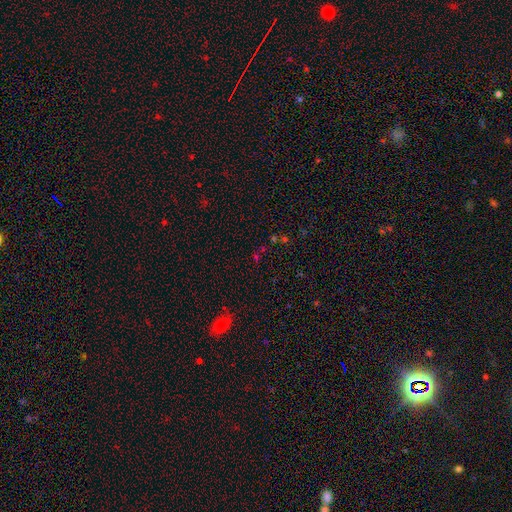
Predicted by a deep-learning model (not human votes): smooth-or-featured: star or artifact: 56% | smooth: 35% | featured or disk: 10%